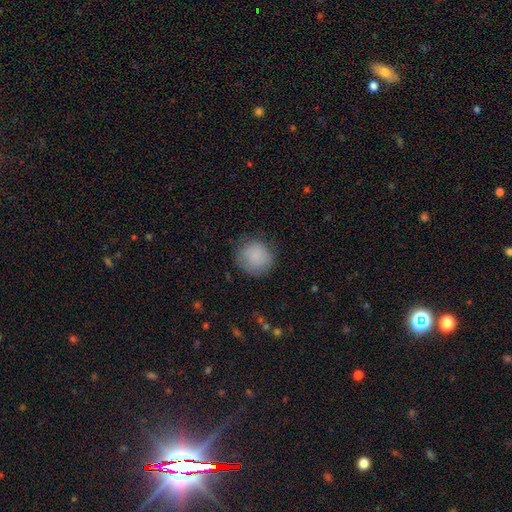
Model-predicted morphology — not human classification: smooth-or-featured: smooth: 86% | star or artifact: 7% | featured or disk: 7%
  how-rounded: round: 91% | in between: 8% | cigar-shaped: 1%
  merging: none: 79% | minor disturbance: 15% | major disturbance: 5% | merger: 1%